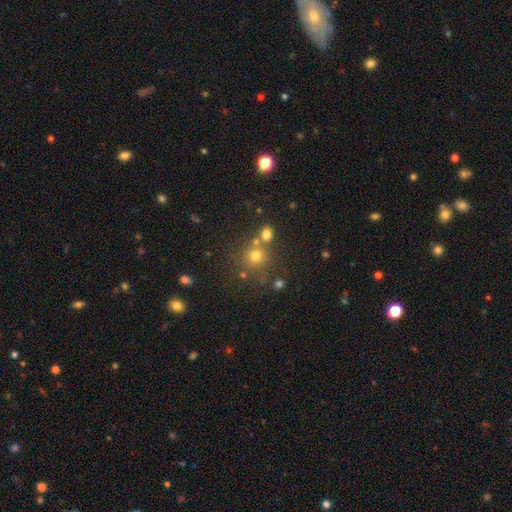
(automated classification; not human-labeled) A smooth galaxy with no disk features (71%) that is round (89%).

Vote fractions:
- Smooth or featured? smooth: 71% / star or artifact: 19% / featured or disk: 10%
- How rounded? round: 89% / in between: 10% / cigar-shaped: 1%
- Merging? none: 68% / merger: 18% / minor disturbance: 9% / major disturbance: 4%